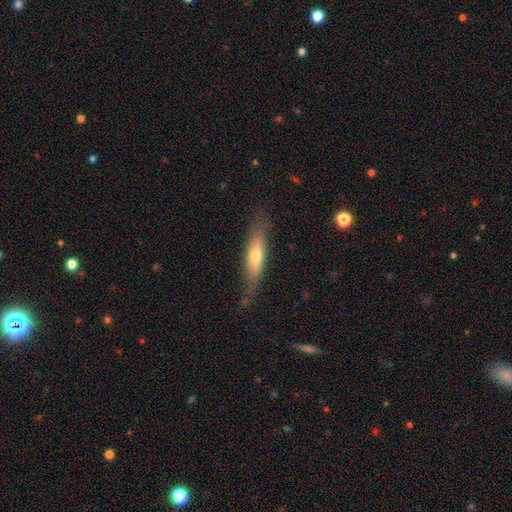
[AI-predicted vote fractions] A smooth galaxy with no disk features (55%) that is cigar-shaped (67%).

Vote fractions:
- Smooth or featured? smooth: 55% / featured or disk: 38% / star or artifact: 7%
- How rounded? cigar-shaped: 67% / in between: 31% / round: 2%
- Merging? none: 73% / minor disturbance: 19% / major disturbance: 6% / merger: 2%